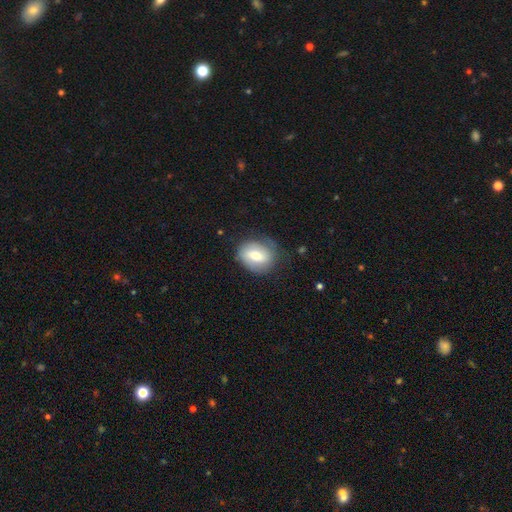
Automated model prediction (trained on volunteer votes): This appears to be a smooth galaxy with no disk features (58%) that is in between round and cigar-shaped (52%). Merging: none (68%).